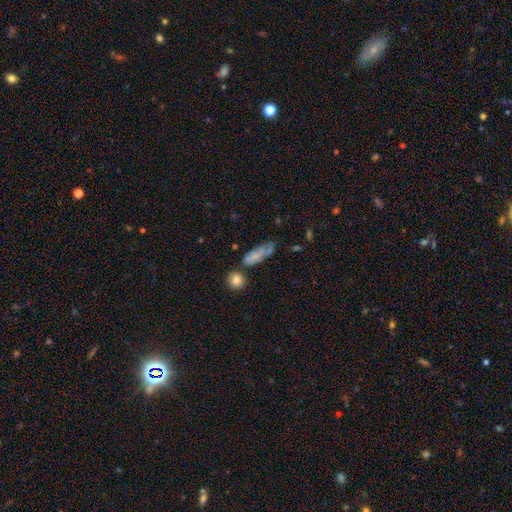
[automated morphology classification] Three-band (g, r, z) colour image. It shows a smooth galaxy with no disk features (68%) that is in between round and cigar-shaped (58%). Merging: none (46%).